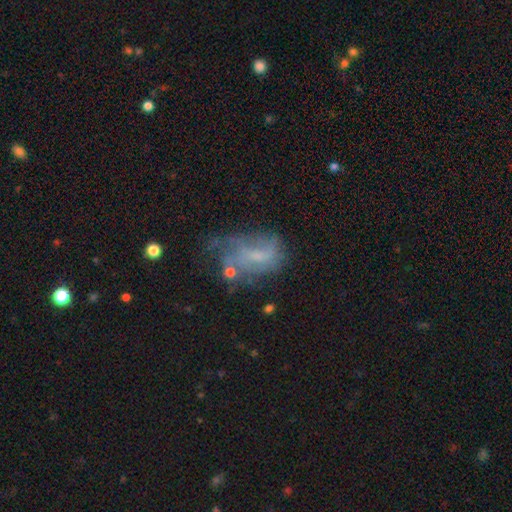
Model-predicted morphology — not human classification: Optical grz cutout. It shows a featured or disk galaxy (58%) with no bar (50%), spiral arms (62%) and a small central bulge (49%). Merging: none (34%).